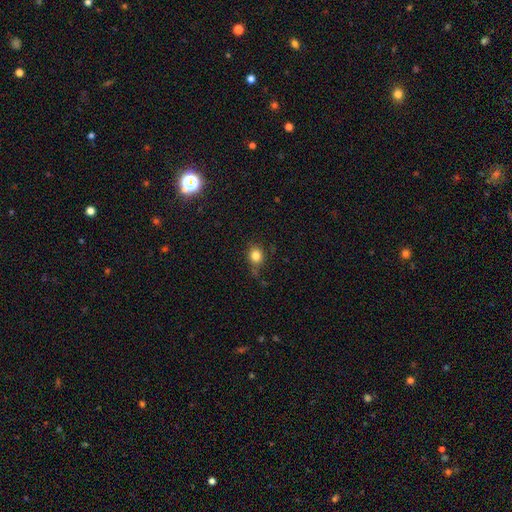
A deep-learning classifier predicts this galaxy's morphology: Smooth or featured? Predicted: smooth (p=0.82). How rounded? Predicted: round (p=0.70). Merging? Predicted: none (p=0.69).